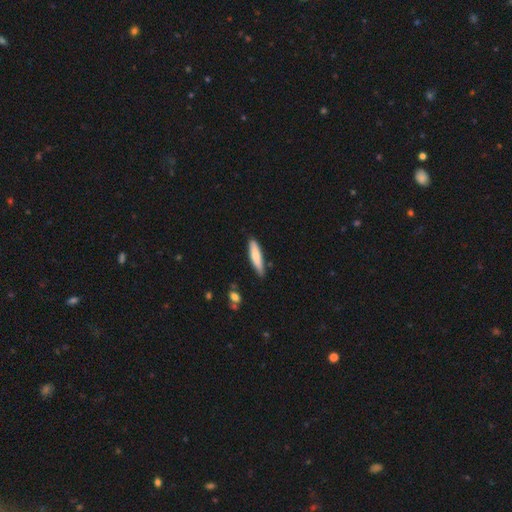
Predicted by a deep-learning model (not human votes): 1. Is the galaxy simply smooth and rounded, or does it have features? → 74% smooth, 21% featured or disk, 5% star or artifact.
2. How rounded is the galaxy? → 80% cigar-shaped, 18% in between, 1% round.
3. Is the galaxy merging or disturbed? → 80% none, 16% minor disturbance, 2% major disturbance, 2% merger.